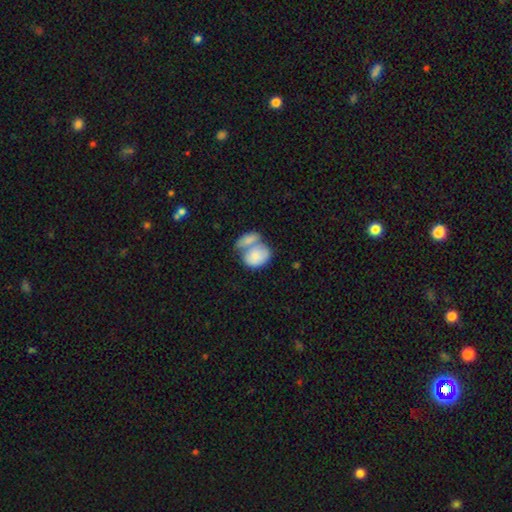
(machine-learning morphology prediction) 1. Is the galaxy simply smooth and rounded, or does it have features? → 76% smooth, 19% featured or disk, 5% star or artifact.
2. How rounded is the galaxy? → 57% in between, 41% round, 1% cigar-shaped.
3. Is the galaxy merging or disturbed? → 64% merger, 19% none, 10% minor disturbance, 6% major disturbance.